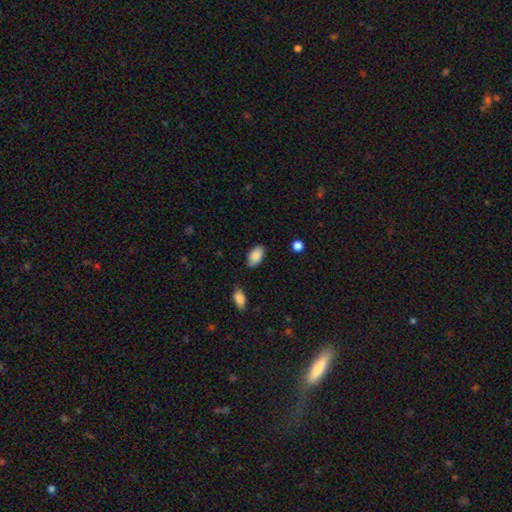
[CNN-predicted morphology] Smooth or featured? smooth (87%)
How rounded? in between (94%)
Merging? none (79%)